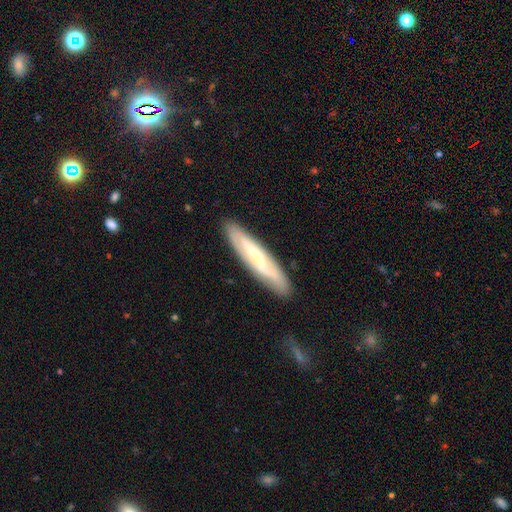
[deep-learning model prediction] A featured or disk galaxy (54%) viewed edge-on (52%).

Vote fractions:
- Smooth or featured? featured or disk: 54% / smooth: 40% / star or artifact: 6%
- Edge-on disk? yes: 52% / no: 48%
- Merging? none: 84% / minor disturbance: 12% / major disturbance: 3% / merger: 2%